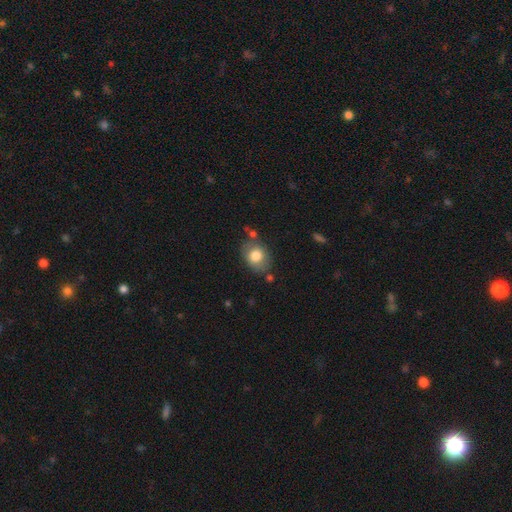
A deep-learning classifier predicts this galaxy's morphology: The model was most divided on "how rounded": in between: 60%, round: 39%, cigar-shaped: 1%. More confident: smooth or featured — smooth (76%); merging — none (69%).